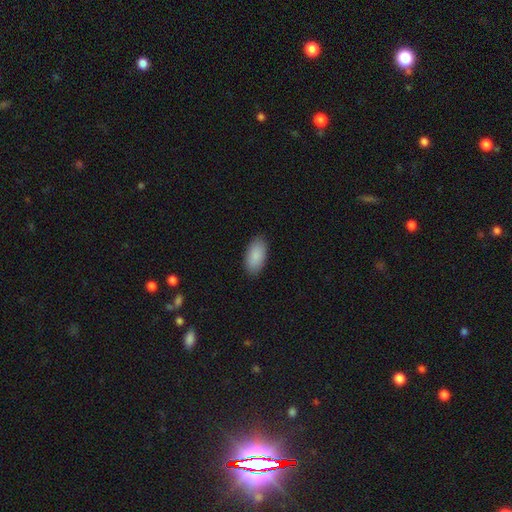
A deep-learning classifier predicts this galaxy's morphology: Smooth or featured: smooth — 90% (star or artifact — 6%)
How rounded: in between — 94% (cigar-shaped — 3%)
Merging: none — 88% (minor disturbance — 9%)